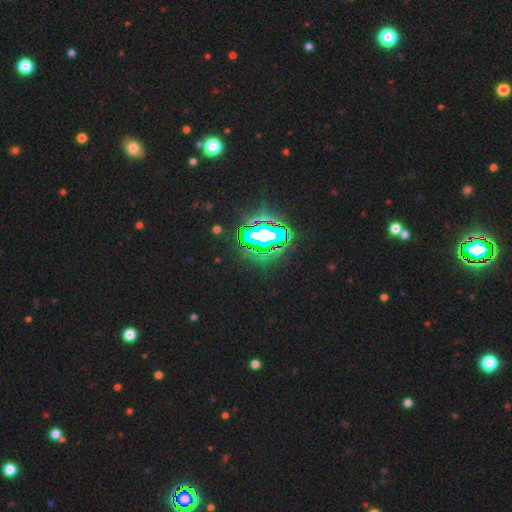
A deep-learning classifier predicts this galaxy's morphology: Smooth or featured: star or artifact — 83% (smooth — 10%)